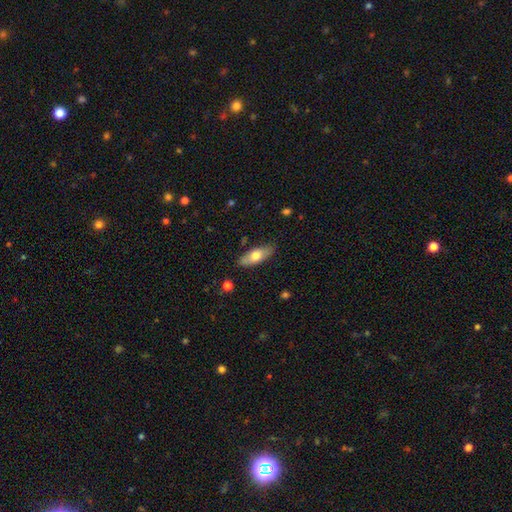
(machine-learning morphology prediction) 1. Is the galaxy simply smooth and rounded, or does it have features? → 66% smooth, 28% featured or disk, 6% star or artifact.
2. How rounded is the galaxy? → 76% in between, 21% cigar-shaped, 3% round.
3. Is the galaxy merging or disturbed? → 84% none, 12% minor disturbance, 2% major disturbance, 1% merger.